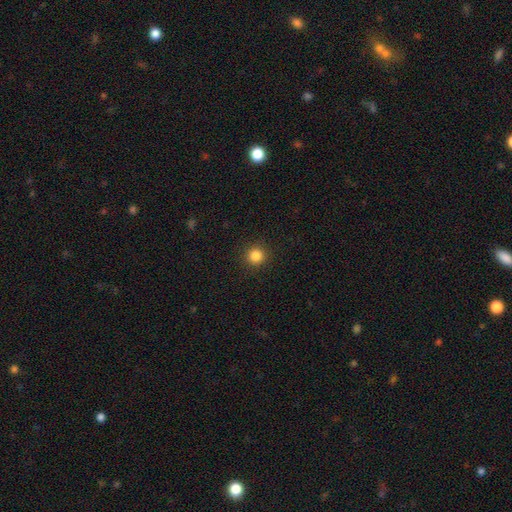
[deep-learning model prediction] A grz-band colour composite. It shows a smooth galaxy with no disk features (85%) that is round (94%). Merging: none (92%).